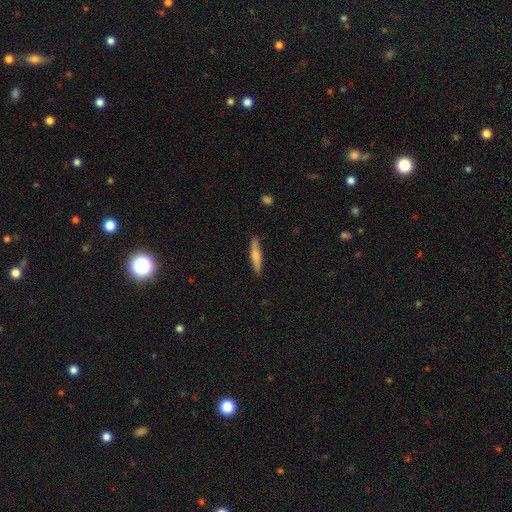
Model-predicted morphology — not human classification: The model was most divided on "smooth or featured": smooth: 72%, featured or disk: 23%, star or artifact: 6%. More confident: how rounded — cigar-shaped (87%); merging — none (86%).